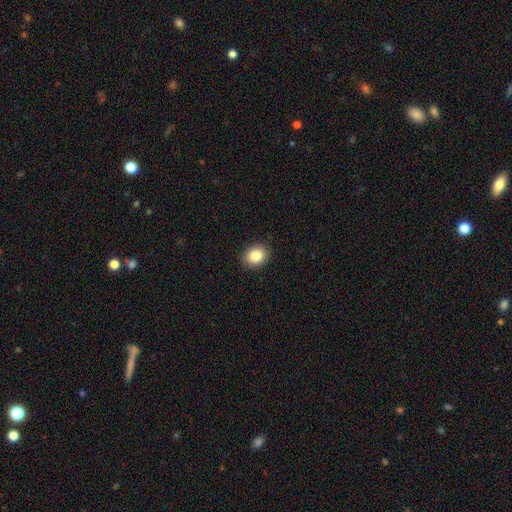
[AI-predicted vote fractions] A smooth galaxy with no disk features (86%) that is round (51%). Merging: none (90%).